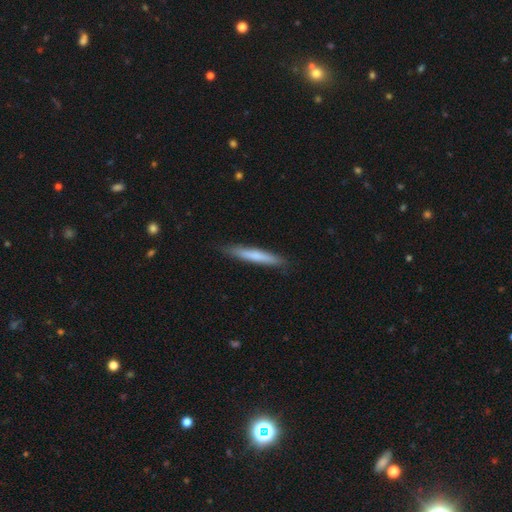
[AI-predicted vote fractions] smooth_or_featured: smooth (p=0.68) [alt: featured or disk p=0.27]
how_rounded: cigar-shaped (p=0.95) [alt: in between p=0.04]
merging: none (p=0.88) [alt: minor disturbance p=0.10]